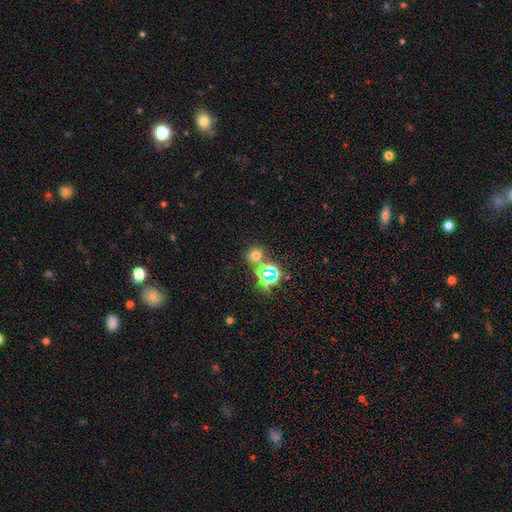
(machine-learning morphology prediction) This is possibly a smooth galaxy (60%). How rounded: clearly round (85%). Merging: likely none (73%).